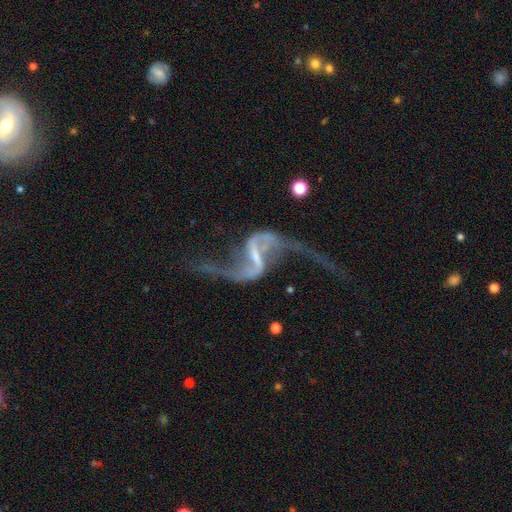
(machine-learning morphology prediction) A featured or disk galaxy (92%) with a strong bar (49%), 2 (94%) loose (91%) spiral arms (97%) and a small central bulge (50%). Merging: none (61%).